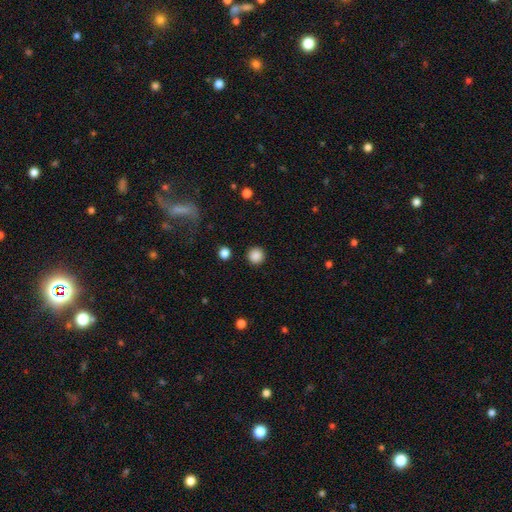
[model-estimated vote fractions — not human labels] smooth_or_featured: smooth (p=0.87) [alt: star or artifact p=0.10]
how_rounded: round (p=0.95) [alt: in between p=0.04]
merging: none (p=0.91) [alt: minor disturbance p=0.05]